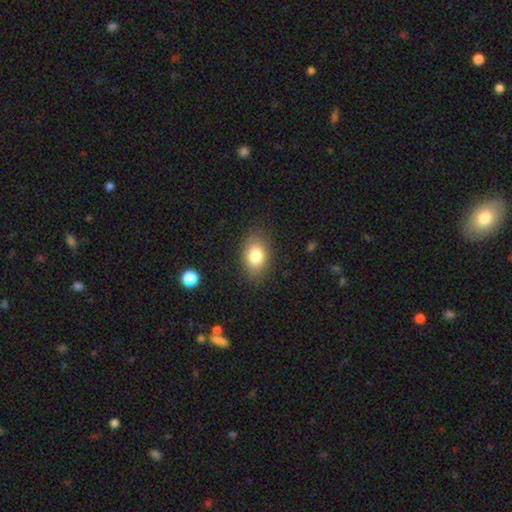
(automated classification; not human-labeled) Smooth or featured? Predicted: smooth (p=0.81). How rounded? Predicted: in between (p=0.82). Merging? Predicted: none (p=0.84).